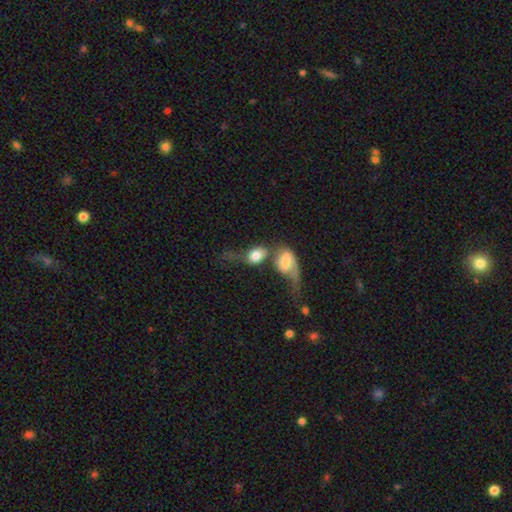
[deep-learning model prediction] Morphology: type=smooth (69%); roundness=in between (67%); merging=merger (58%).